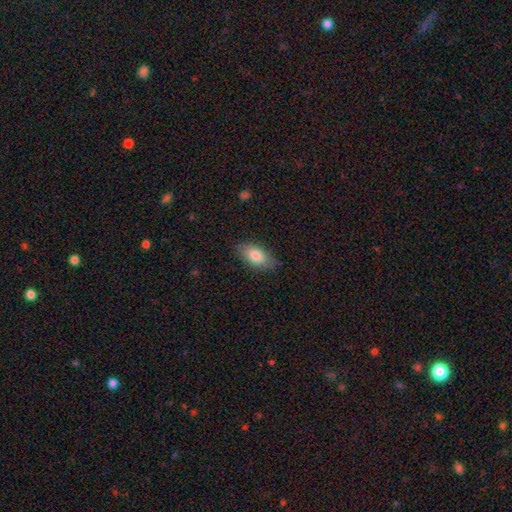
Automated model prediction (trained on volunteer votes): This is likely a smooth galaxy (80%). How rounded: clearly in between (91%). Merging: likely none (80%).